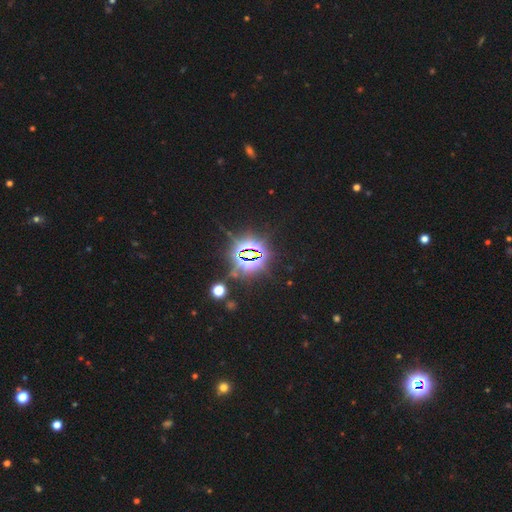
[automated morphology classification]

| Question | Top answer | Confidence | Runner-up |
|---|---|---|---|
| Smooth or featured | star or artifact | 84% | smooth (9%) |